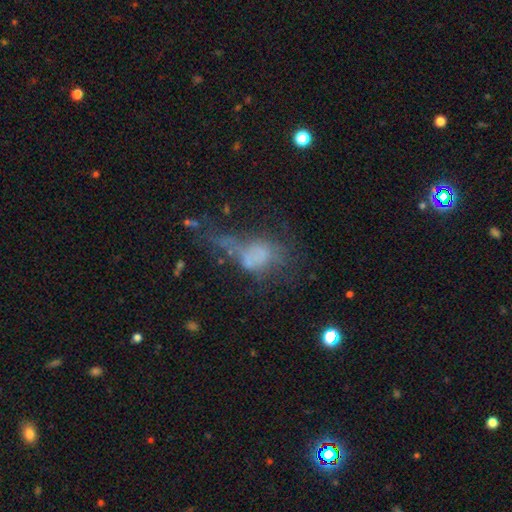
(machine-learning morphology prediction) Smooth or featured?
  - smooth: 42% *
  - featured or disk: 39%
  - star or artifact: 19%
Merging?
  - major disturbance: 46% *
  - merger: 20%
  - none: 19%
  - minor disturbance: 15%